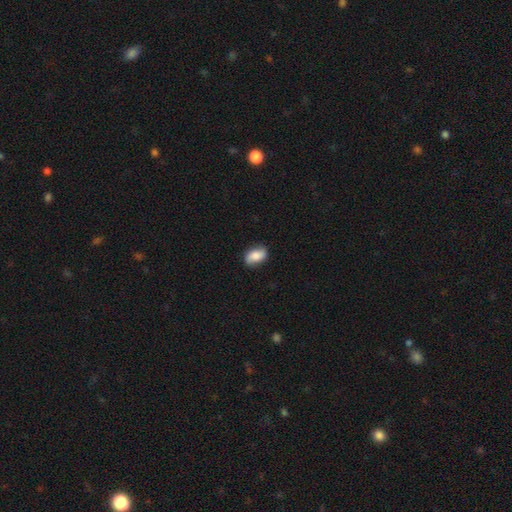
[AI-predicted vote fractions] Smooth or featured: smooth — 71% (featured or disk — 21%)
How rounded: in between — 87% (round — 10%)
Merging: none — 80% (minor disturbance — 15%)